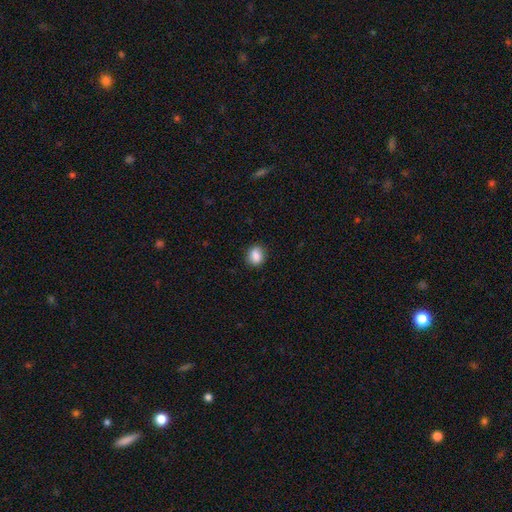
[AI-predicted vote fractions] Overall: smooth (87%). How rounded: round (54%; in between 45%). Merging: none (85%).